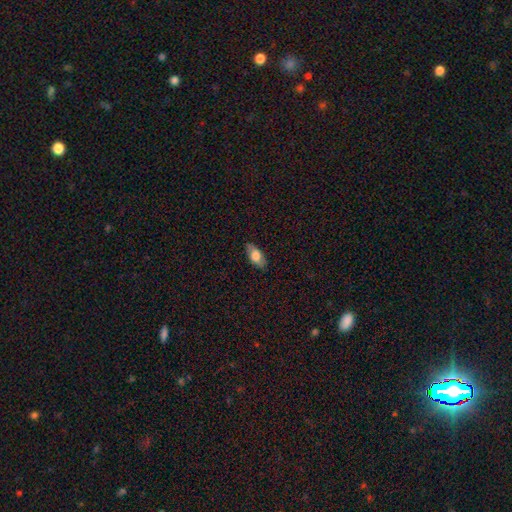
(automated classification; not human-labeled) The model was most divided on "smooth or featured": smooth: 70%, featured or disk: 23%, star or artifact: 7%. More confident: how rounded — in between (85%); merging — none (84%).